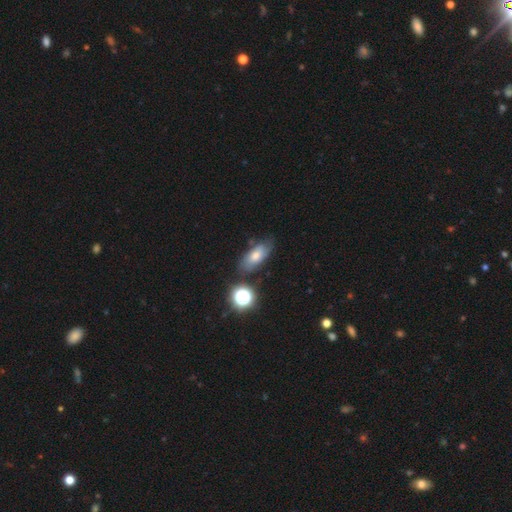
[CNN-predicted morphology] smooth-or-featured: smooth: 60% | featured or disk: 26% | star or artifact: 14%
  how-rounded: in between: 82% | cigar-shaped: 11% | round: 7%
  merging: none: 70% | minor disturbance: 19% | major disturbance: 6% | merger: 6%